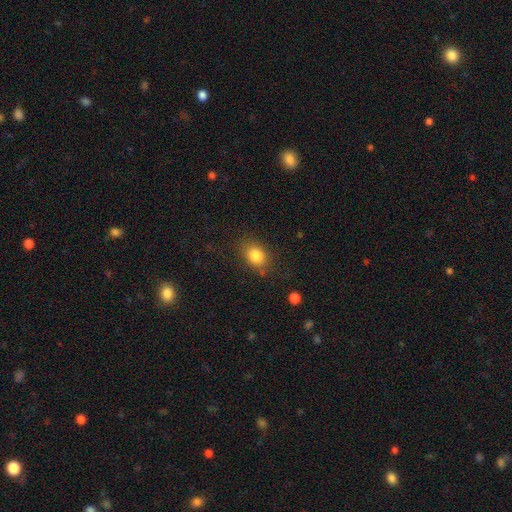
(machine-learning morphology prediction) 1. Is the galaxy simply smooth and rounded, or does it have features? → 83% smooth, 10% star or artifact, 7% featured or disk.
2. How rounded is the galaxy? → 60% in between, 39% round, 1% cigar-shaped.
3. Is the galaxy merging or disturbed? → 77% none, 15% minor disturbance, 5% major disturbance, 2% merger.